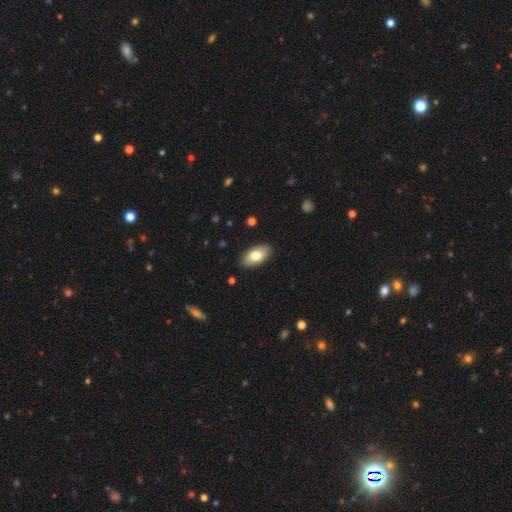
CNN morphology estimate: smooth_or_featured: smooth (p=0.78) [alt: featured or disk p=0.16]
how_rounded: in between (p=0.94) [alt: round p=0.03]
merging: none (p=0.89) [alt: minor disturbance p=0.08]